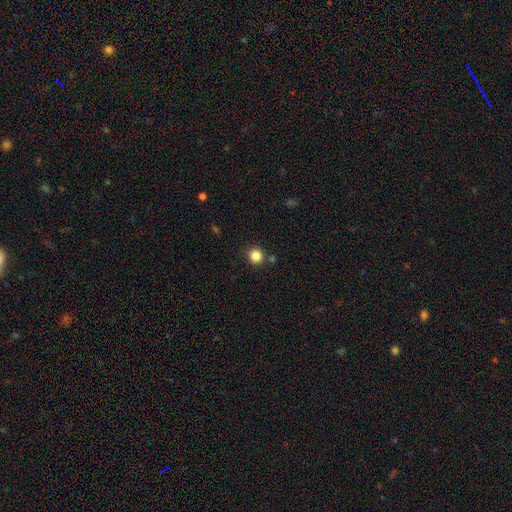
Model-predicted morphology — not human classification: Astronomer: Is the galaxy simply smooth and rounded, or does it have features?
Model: smooth — 85%.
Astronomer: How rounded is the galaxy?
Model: round — 93%.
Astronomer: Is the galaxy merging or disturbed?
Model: none — 86%.